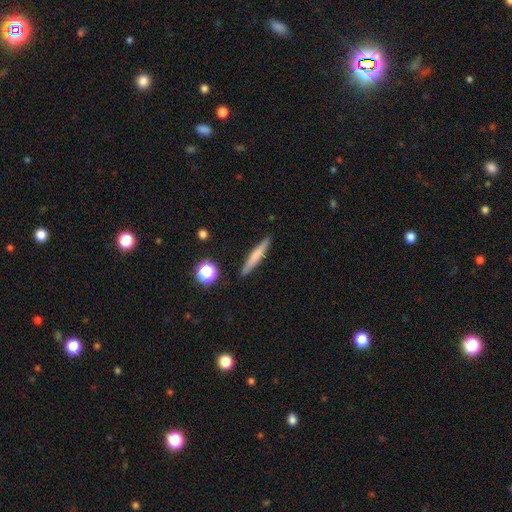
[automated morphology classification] This appears to be a smooth galaxy with no disk features (63%) that is cigar-shaped (93%). Merging: none (89%).